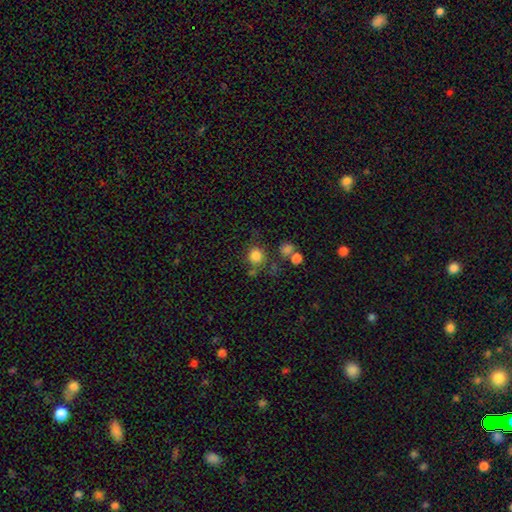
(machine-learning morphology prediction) This is clearly a smooth galaxy (81%). How rounded: clearly round (89%). Merging: likely none (70%).